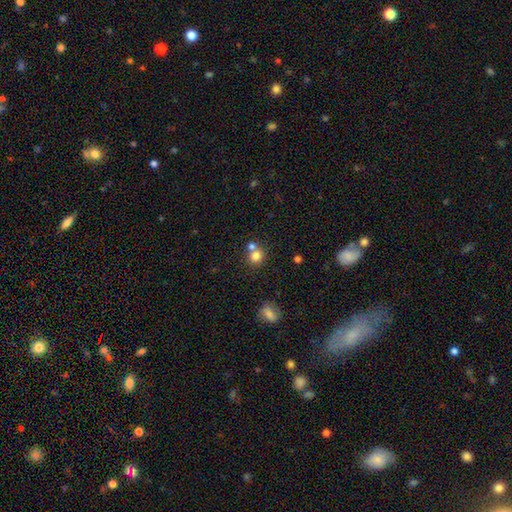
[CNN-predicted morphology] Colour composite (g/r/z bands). It shows a smooth galaxy with no disk features (78%) that is round (84%). Merging: none (49%).